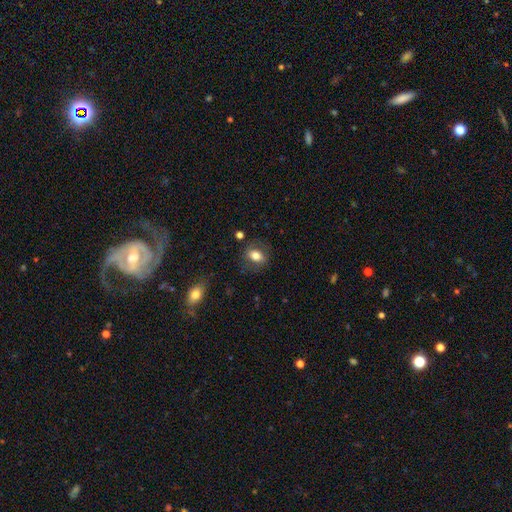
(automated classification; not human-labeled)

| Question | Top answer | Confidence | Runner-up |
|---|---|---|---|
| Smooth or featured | smooth | 76% | featured or disk (16%) |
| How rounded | in between | 68% | round (30%) |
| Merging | none | 76% | minor disturbance (15%) |